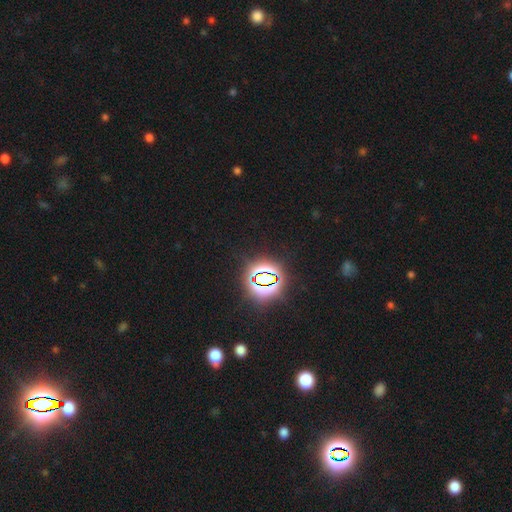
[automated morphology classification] Overall: star or artifact (83%).